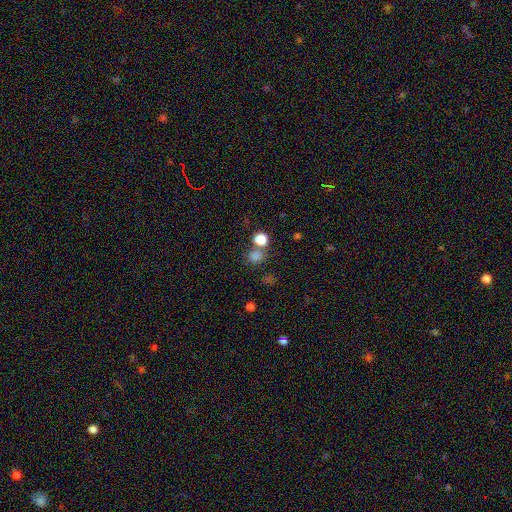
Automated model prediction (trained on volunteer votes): smooth_or_featured: smooth (p=0.77) [alt: star or artifact p=0.17]
how_rounded: round (p=0.83) [alt: in between p=0.16]
merging: none (p=0.64) [alt: merger p=0.24]